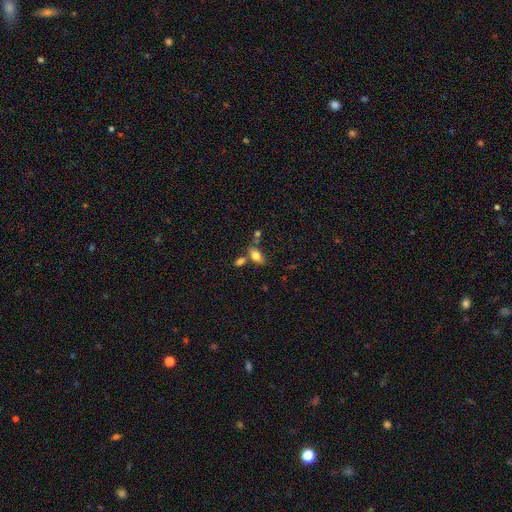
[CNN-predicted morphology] smooth 77%, featured or disk 14%, star or artifact 9%. Down the decision tree: how rounded — in between (88%); merging — none (53%).